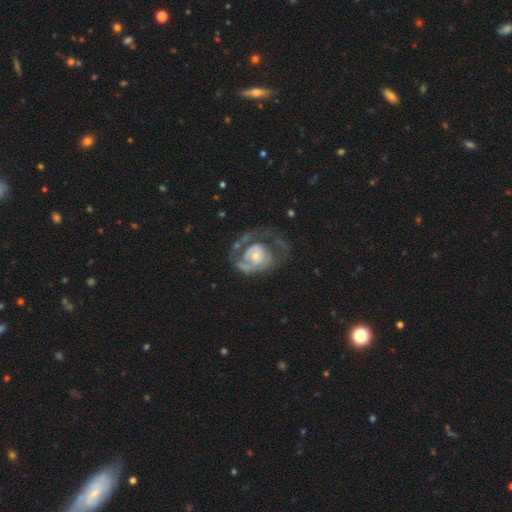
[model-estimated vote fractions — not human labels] Smooth or featured? Predicted: featured or disk (p=0.74). Edge-on disk? Predicted: no (p=0.97). Bar? Predicted: no (p=0.77). Spiral arms? Predicted: yes (p=0.73). Spiral winding? Predicted: tight (p=0.42). Spiral arm count? Predicted: 1 (p=0.36). Bulge size? Predicted: small (p=0.50). Merging? Predicted: major disturbance (p=0.44).